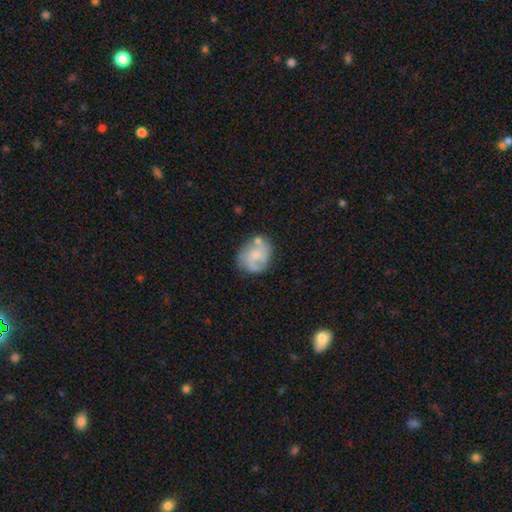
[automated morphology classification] A featured or disk galaxy (50%).

Vote fractions:
- Smooth or featured? featured or disk: 50% / smooth: 42% / star or artifact: 7%
- Edge-on disk? no: 98% / yes: 2%
- Merging? none: 53% / minor disturbance: 24% / major disturbance: 12% / merger: 11%